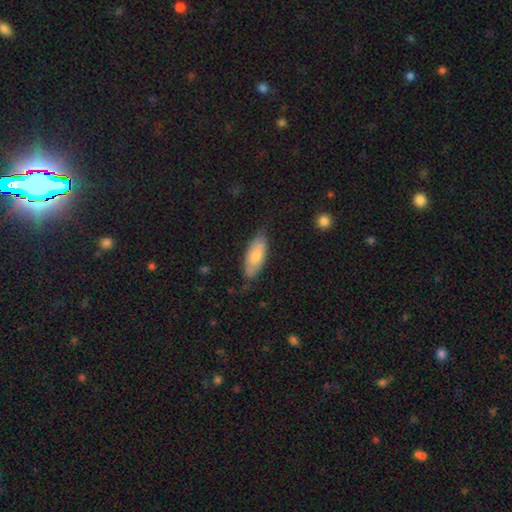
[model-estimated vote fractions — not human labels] This appears to be a smooth galaxy with no disk features (74%) that is in between round and cigar-shaped (78%). Merging: none (74%).